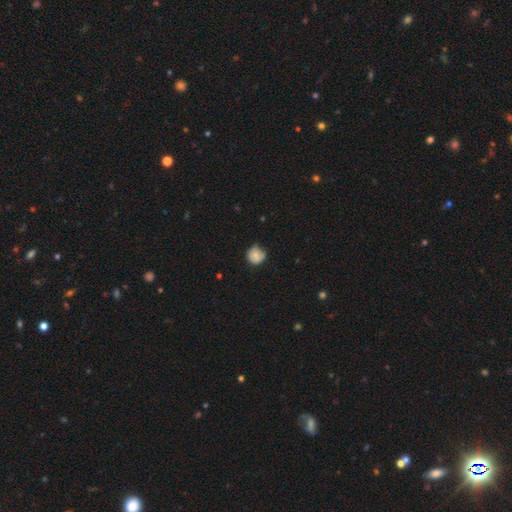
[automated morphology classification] smooth-or-featured: smooth: 73% | featured or disk: 19% | star or artifact: 9%
  how-rounded: round: 87% | in between: 12% | cigar-shaped: 1%
  merging: none: 61% | minor disturbance: 31% | major disturbance: 6% | merger: 2%